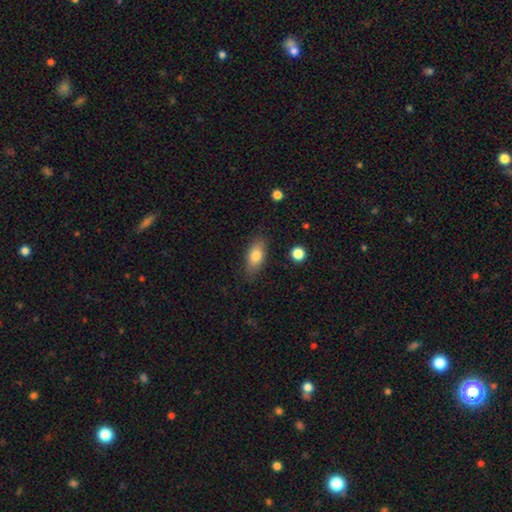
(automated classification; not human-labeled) Q: Smooth or featured?
A: smooth (79%); runner-up: featured or disk (14%)
Q: How rounded?
A: in between (85%); runner-up: cigar-shaped (10%)
Q: Merging?
A: none (81%); runner-up: minor disturbance (14%)